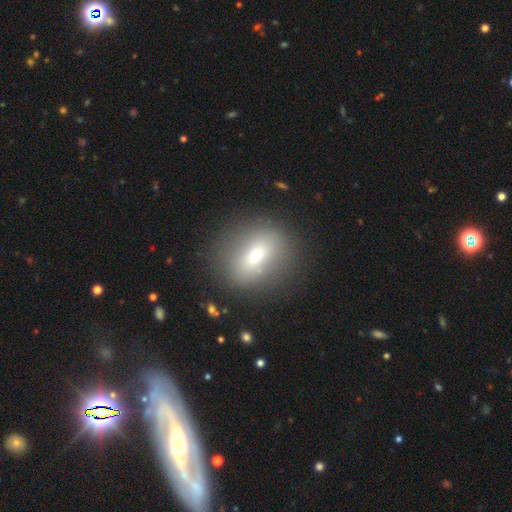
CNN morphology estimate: A smooth galaxy with no disk features (62%) that is round (61%).

Vote fractions:
- Smooth or featured? smooth: 62% / featured or disk: 24% / star or artifact: 14%
- How rounded? round: 61% / in between: 37% / cigar-shaped: 2%
- Merging? none: 82% / minor disturbance: 10% / major disturbance: 5% / merger: 2%